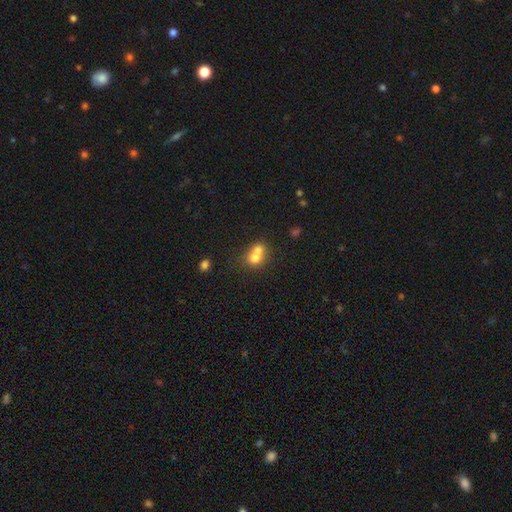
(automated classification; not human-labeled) smooth-or-featured: smooth: 70% | featured or disk: 19% | star or artifact: 11%
  how-rounded: round: 68% | in between: 31% | cigar-shaped: 1%
  merging: merger: 68% | none: 24% | minor disturbance: 6% | major disturbance: 3%